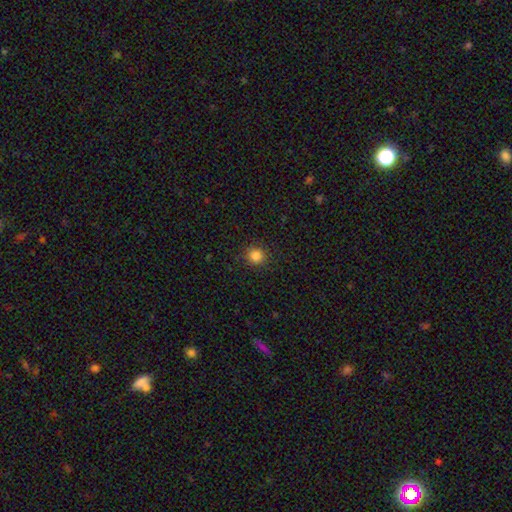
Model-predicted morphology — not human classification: The model was most divided on "smooth or featured": smooth: 84%, star or artifact: 12%, featured or disk: 4%. More confident: how rounded — round (91%); merging — none (89%).